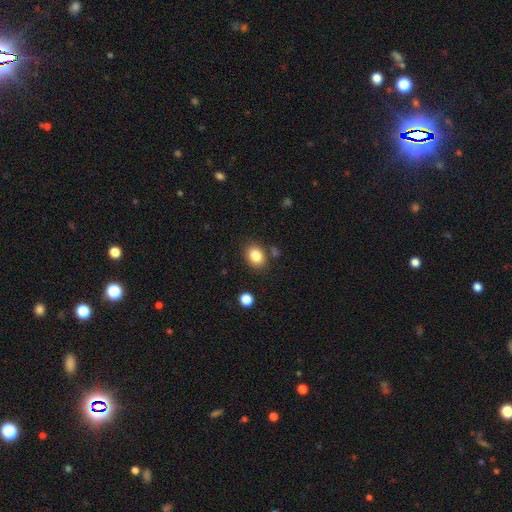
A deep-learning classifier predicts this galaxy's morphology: The model was most divided on "how rounded": in between: 51%, round: 48%, cigar-shaped: 1%. More confident: smooth or featured — smooth (84%); merging — none (81%).